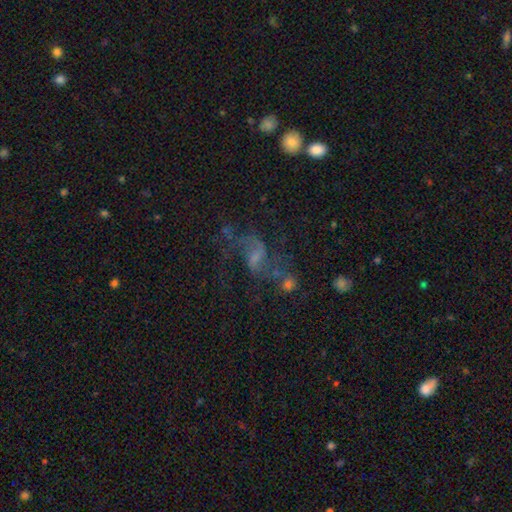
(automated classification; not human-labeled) Overall: featured or disk (64%). Edge-on disk: no (96%). Bar: weak (51%; no 31%). Spiral arms: yes (82%). Spiral arm count: 2 (81%). Spiral winding: loose (63%; medium 30%). Bulge size: small (36%; none 30%). Merging: none (43%; major disturbance 27%).